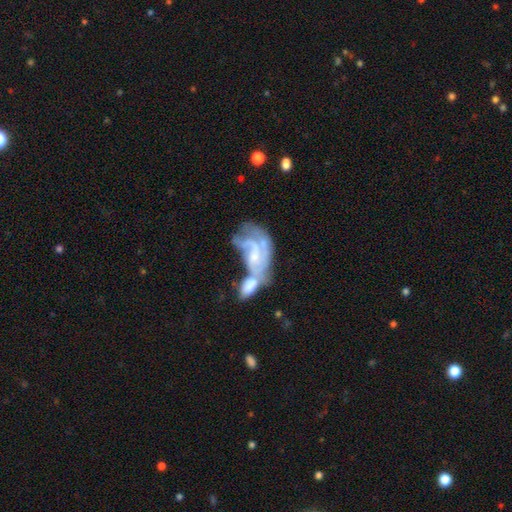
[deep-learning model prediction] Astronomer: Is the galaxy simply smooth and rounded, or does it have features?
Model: featured or disk — 72%.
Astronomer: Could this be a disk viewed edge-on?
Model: no — 96%.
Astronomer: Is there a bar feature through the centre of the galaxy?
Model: no — 57% (runner-up: weak, 33%).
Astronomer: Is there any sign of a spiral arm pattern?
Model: yes — 78%.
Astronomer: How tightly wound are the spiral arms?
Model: medium — 39% (runner-up: tight, 31%).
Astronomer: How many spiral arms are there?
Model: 2 — 38% (runner-up: can't tell, 33%).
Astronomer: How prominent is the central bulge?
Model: small — 53%.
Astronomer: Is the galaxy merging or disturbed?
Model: merger — 59%.